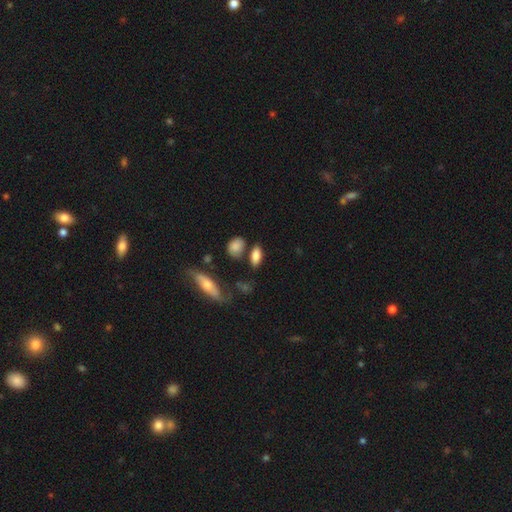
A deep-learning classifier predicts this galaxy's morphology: Overall: smooth (80%). How rounded: in between (79%). Merging: none (72%).